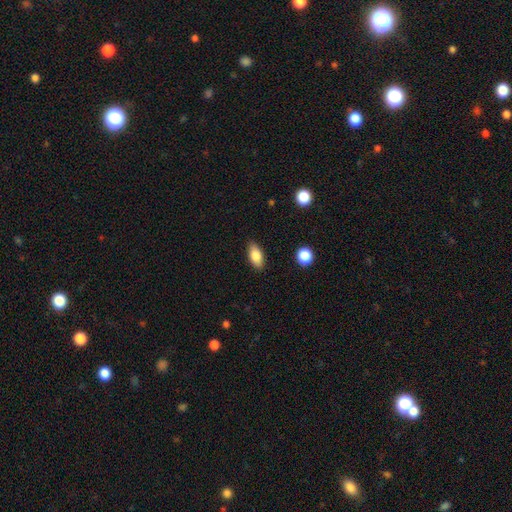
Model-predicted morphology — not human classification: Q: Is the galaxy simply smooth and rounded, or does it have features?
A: smooth — 82%.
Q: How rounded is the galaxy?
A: in between — 88%.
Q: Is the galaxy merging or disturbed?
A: none — 87%.